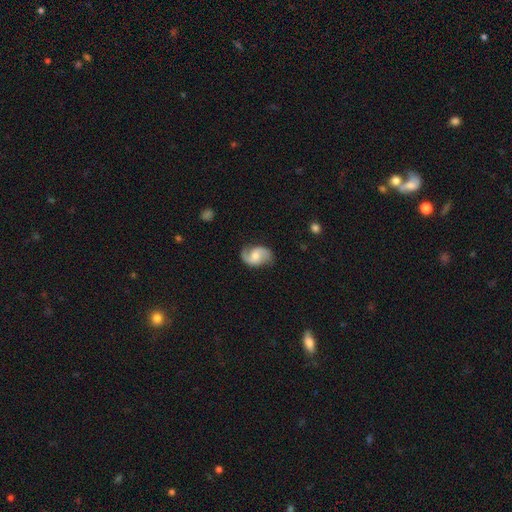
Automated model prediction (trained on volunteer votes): A featured or disk galaxy (81%) with no bar (51%), 2 (89%) medium (44%) spiral arms (96%) and a moderate central bulge (52%). Merging: none (75%).